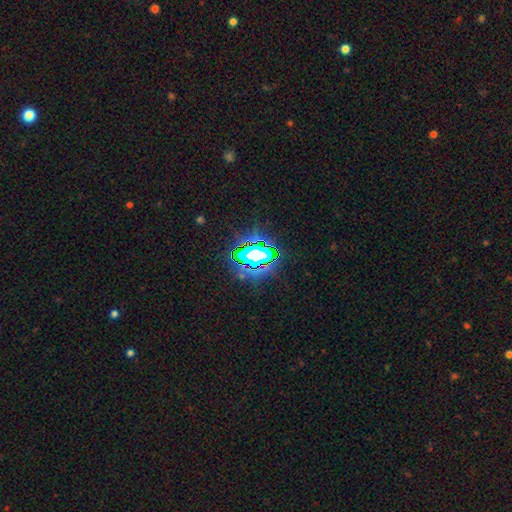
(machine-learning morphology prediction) type=star or artifact (70%).